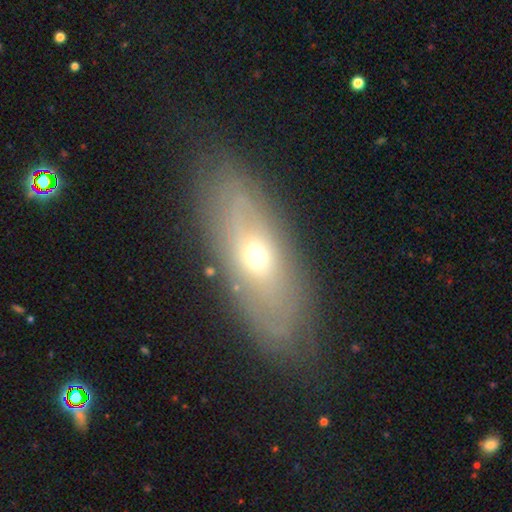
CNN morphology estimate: Smooth or featured: featured or disk — 54% (smooth — 38%)
Edge-on disk: no — 73% (yes — 27%)
Merging: none — 80% (minor disturbance — 14%)